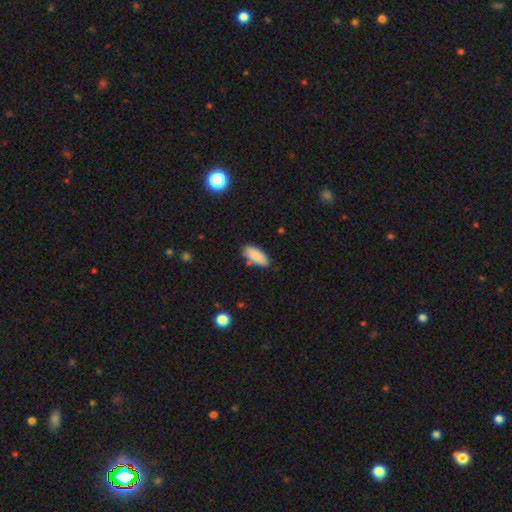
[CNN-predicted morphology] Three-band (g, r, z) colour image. It shows a smooth galaxy with no disk features (87%) that is in between round and cigar-shaped (84%). Merging: none (79%).